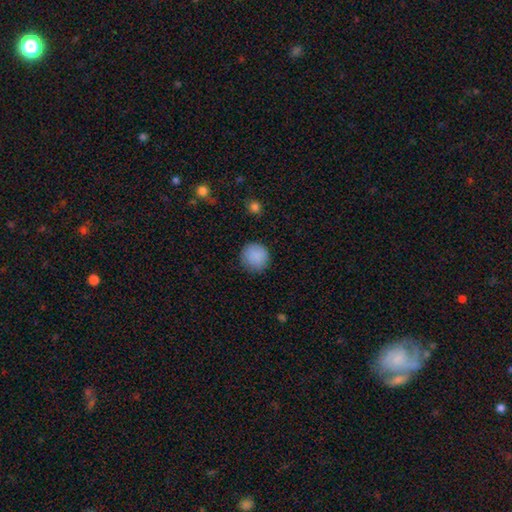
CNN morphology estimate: Smooth or featured? smooth (88%)
How rounded? round (93%)
Merging? none (87%)